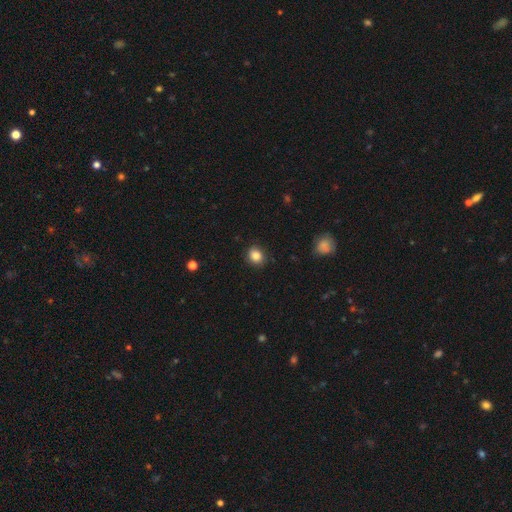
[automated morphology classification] This appears to be a smooth galaxy with no disk features (86%) that is round (72%). Merging: none (87%).